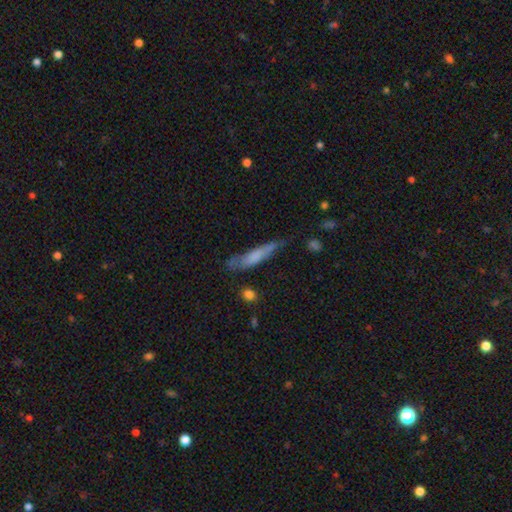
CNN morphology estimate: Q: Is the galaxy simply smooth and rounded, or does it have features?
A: smooth — 63%.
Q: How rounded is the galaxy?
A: cigar-shaped — 82%.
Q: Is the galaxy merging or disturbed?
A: none — 51%.